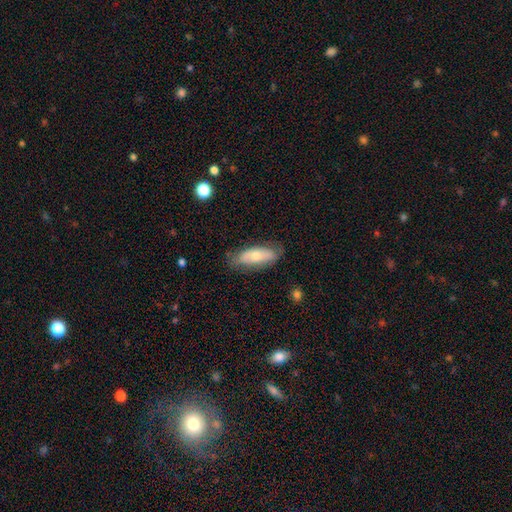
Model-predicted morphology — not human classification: Q: Smooth or featured?
A: smooth (59%); runner-up: featured or disk (35%)
Q: How rounded?
A: in between (73%); runner-up: cigar-shaped (24%)
Q: Merging?
A: none (73%); runner-up: minor disturbance (20%)